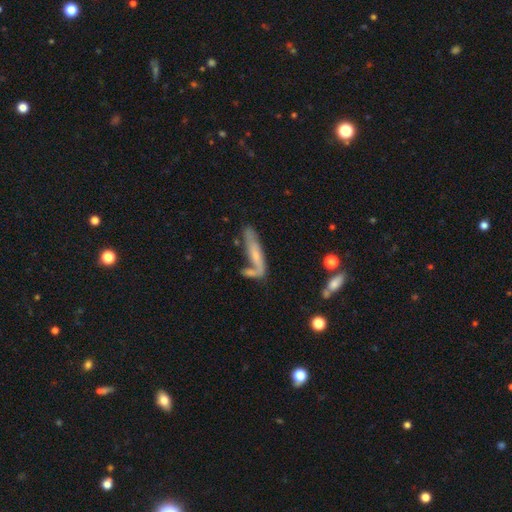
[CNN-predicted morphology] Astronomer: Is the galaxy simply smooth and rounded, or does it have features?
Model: featured or disk — 54% (runner-up: smooth, 39%).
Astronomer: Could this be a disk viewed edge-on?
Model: no — 55% (runner-up: yes, 45%).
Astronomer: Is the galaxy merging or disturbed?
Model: none — 40% (runner-up: merger, 24%).